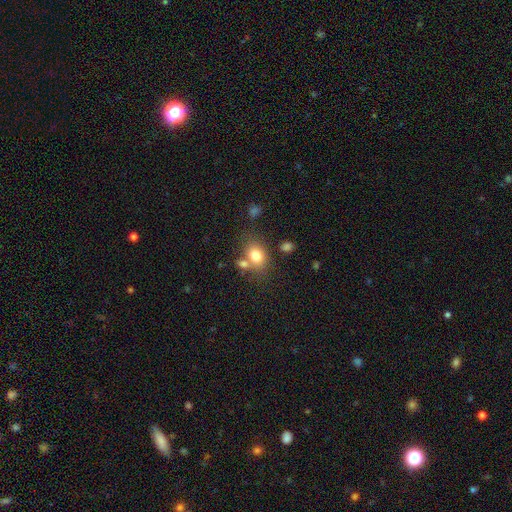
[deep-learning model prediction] smooth 78%, featured or disk 11%, star or artifact 11%. Down the decision tree: how rounded — in between (62%); merging — none (57%).